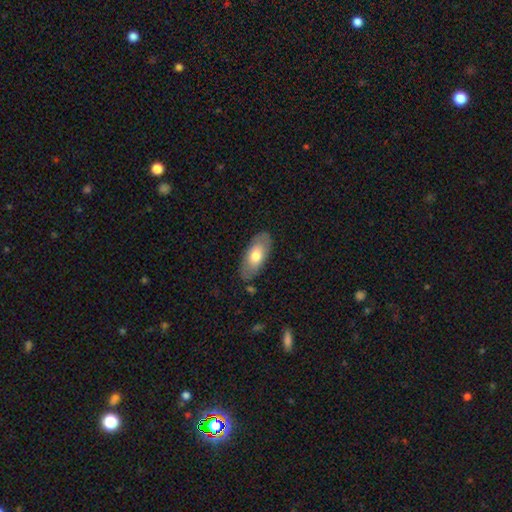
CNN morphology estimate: Smooth or featured?
  - smooth: 66% *
  - featured or disk: 28%
  - star or artifact: 6%
How rounded?
  - in between: 89% *
  - cigar-shaped: 8%
  - round: 3%
Merging?
  - none: 81% *
  - minor disturbance: 13%
  - major disturbance: 3%
  - merger: 2%